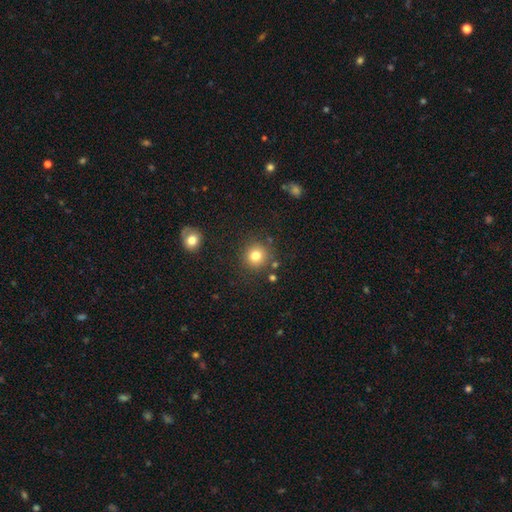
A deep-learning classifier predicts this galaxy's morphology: The model was most divided on "smooth or featured": smooth: 80%, star or artifact: 13%, featured or disk: 7%. More confident: how rounded — round (93%); merging — none (85%).